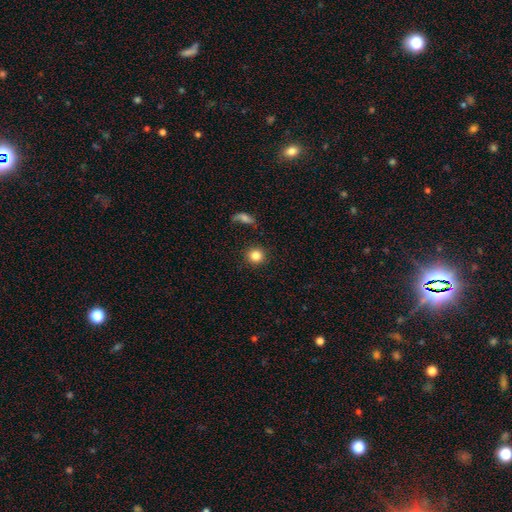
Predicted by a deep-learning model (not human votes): Overall: smooth (84%). How rounded: round (91%). Merging: none (88%).